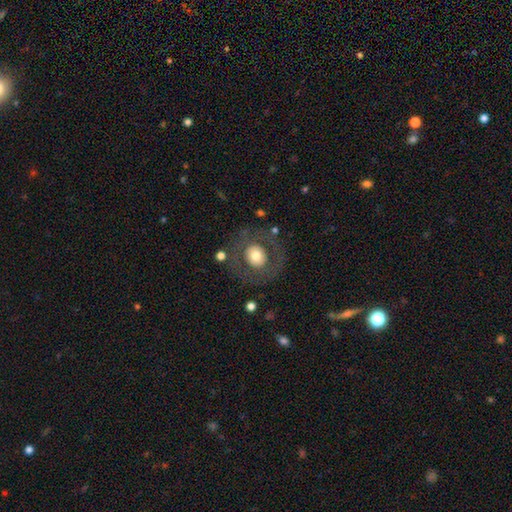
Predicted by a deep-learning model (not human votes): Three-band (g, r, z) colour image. It shows a smooth galaxy with no disk features (57%) that is round (84%). Merging: none (77%).